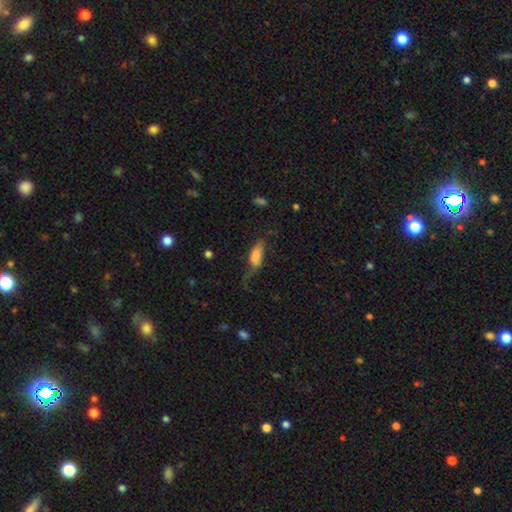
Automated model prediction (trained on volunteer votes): smooth 74%, featured or disk 19%, star or artifact 8%. Down the decision tree: how rounded — in between (79%); merging — major disturbance (35%).